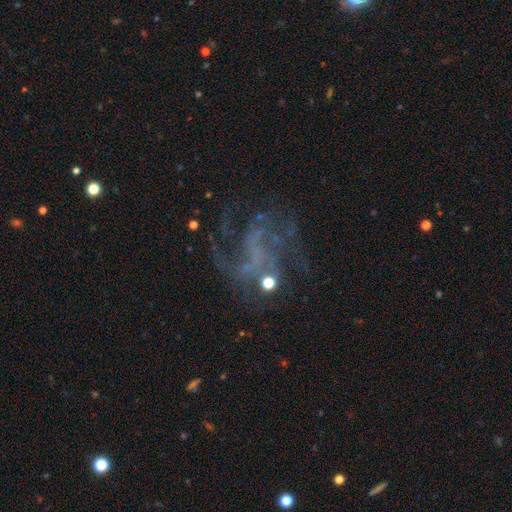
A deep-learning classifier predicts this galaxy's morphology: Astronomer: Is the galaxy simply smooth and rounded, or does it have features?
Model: featured or disk — 70%.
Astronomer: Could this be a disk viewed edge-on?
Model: no — 98%.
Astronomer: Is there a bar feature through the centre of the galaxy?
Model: no — 65%.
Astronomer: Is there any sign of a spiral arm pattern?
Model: yes — 74%.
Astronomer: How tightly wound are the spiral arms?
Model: loose — 57%.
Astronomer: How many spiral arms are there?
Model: can't tell — 29% (runner-up: 2, 26%).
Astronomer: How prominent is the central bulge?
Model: none — 70%.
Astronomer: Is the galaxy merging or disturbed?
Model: none — 47% (runner-up: major disturbance, 34%).